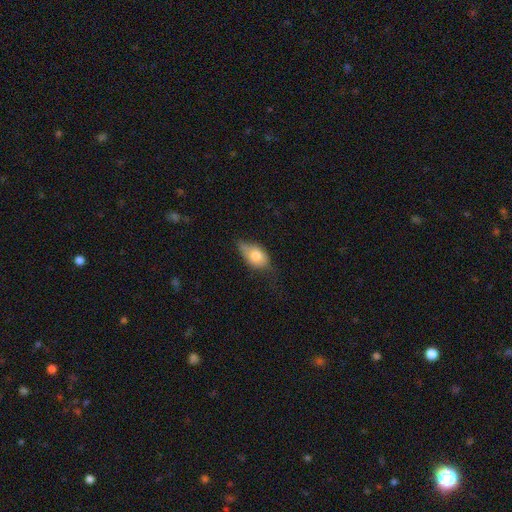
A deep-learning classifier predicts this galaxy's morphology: type=smooth (72%); roundness=in between (86%); merging=minor disturbance (42%).